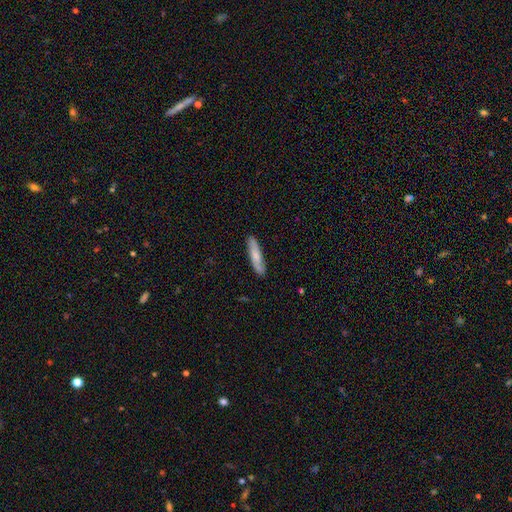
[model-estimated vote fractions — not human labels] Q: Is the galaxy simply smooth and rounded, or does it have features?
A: smooth — 69%.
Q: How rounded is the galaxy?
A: cigar-shaped — 83%.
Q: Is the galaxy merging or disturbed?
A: none — 84%.